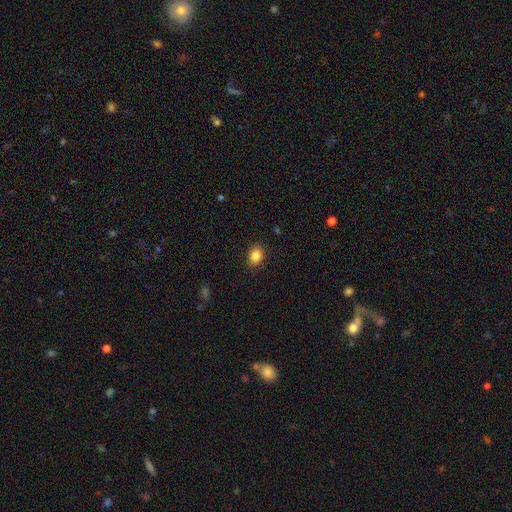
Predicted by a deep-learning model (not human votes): Q: Smooth or featured?
A: smooth (86%); runner-up: star or artifact (9%)
Q: How rounded?
A: in between (68%); runner-up: round (30%)
Q: Merging?
A: none (88%); runner-up: minor disturbance (9%)